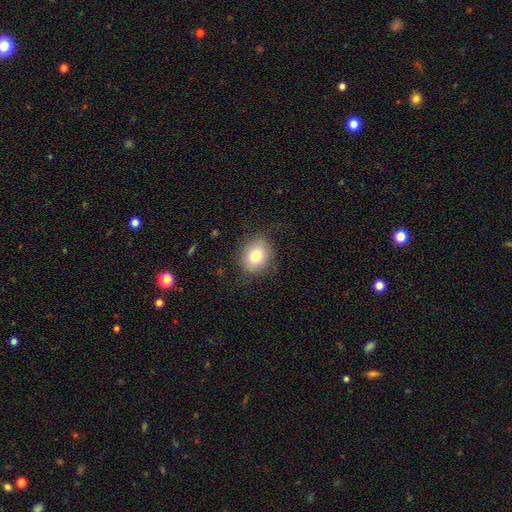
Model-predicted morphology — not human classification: This appears to be a smooth galaxy with no disk features (78%) that is round (56%). Merging: none (77%).